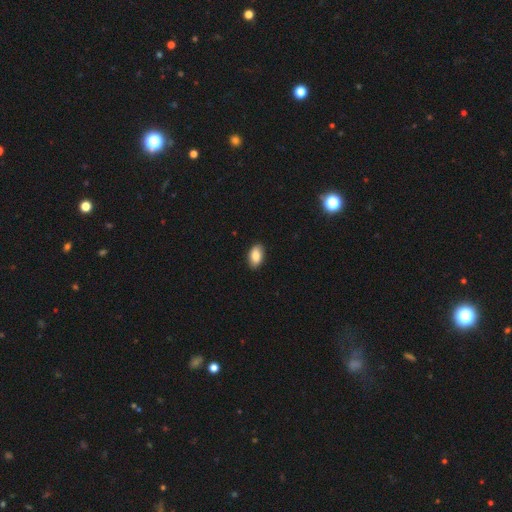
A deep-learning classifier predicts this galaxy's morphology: smooth_or_featured: smooth (p=0.83) [alt: featured or disk p=0.10]
how_rounded: in between (p=0.93) [alt: round p=0.05]
merging: none (p=0.88) [alt: minor disturbance p=0.09]